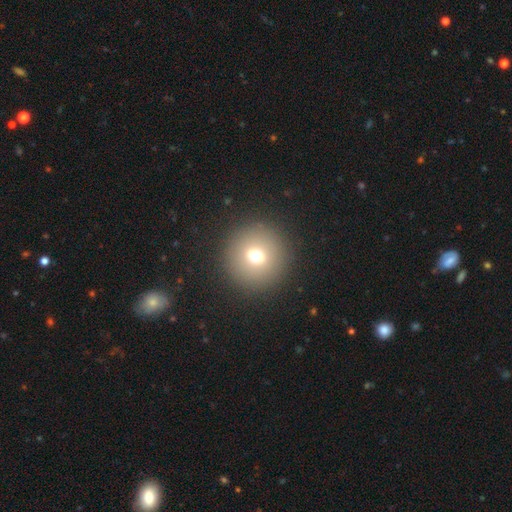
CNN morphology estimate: smooth_or_featured: smooth (p=0.70) [alt: star or artifact p=0.18]
how_rounded: round (p=0.95) [alt: in between p=0.04]
merging: none (p=0.92) [alt: minor disturbance p=0.04]